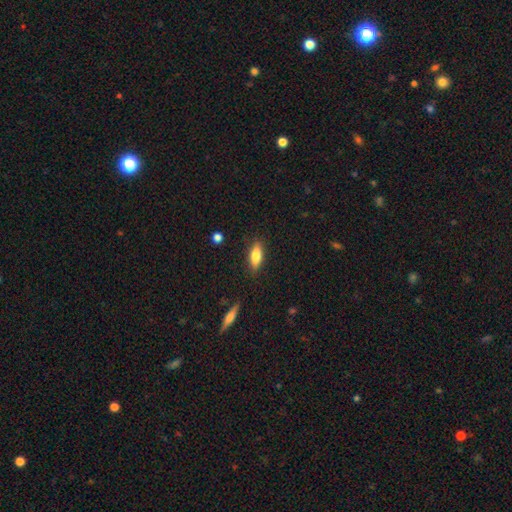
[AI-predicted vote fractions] A smooth galaxy with no disk features (74%) that is in between round and cigar-shaped (70%). Merging: none (85%).